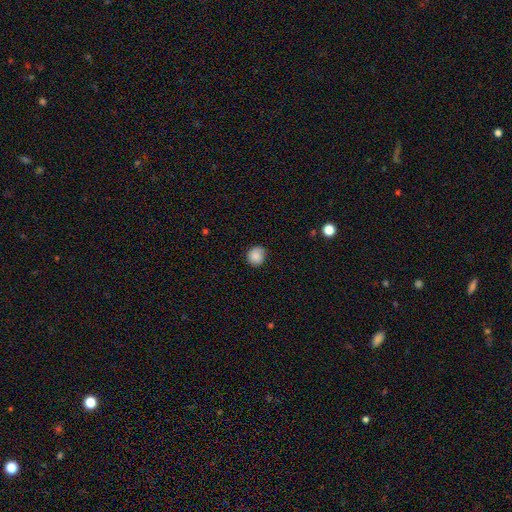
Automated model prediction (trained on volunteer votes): Smooth or featured? Predicted: smooth (p=0.87). How rounded? Predicted: round (p=0.88). Merging? Predicted: none (p=0.85).